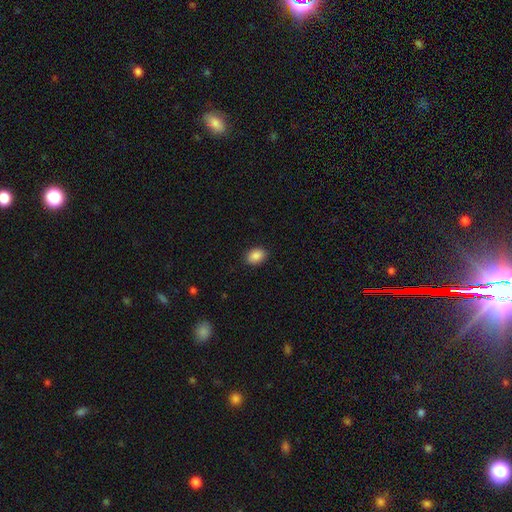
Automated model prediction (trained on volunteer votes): A smooth galaxy with no disk features (88%) that is in between round and cigar-shaped (78%). Merging: none (89%).